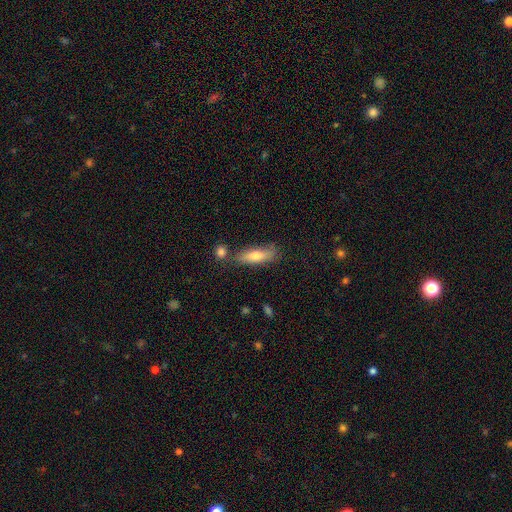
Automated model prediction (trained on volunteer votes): This is likely a smooth galaxy (69%). How rounded: possibly cigar-shaped (53%). Merging: likely none (70%).